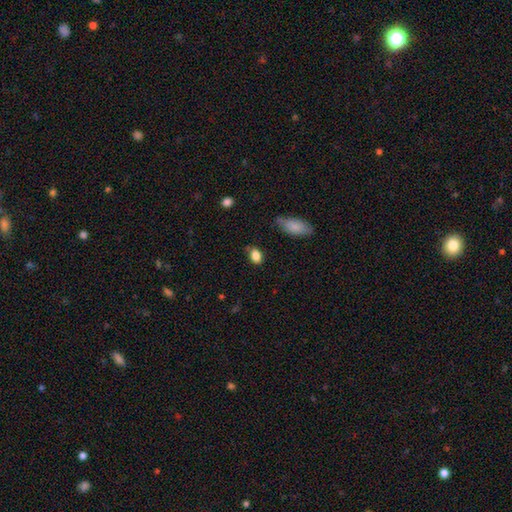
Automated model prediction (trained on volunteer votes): Q: Smooth or featured?
A: smooth (84%); runner-up: star or artifact (9%)
Q: How rounded?
A: in between (78%); runner-up: round (20%)
Q: Merging?
A: none (67%); runner-up: minor disturbance (25%)